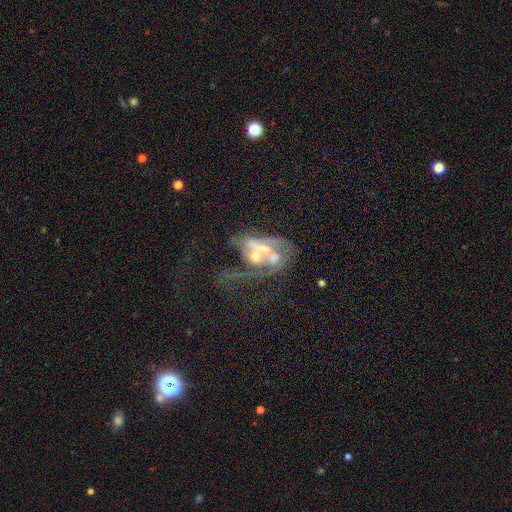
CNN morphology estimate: The model was most divided on "spiral arms": no: 60%, yes: 40%. More confident: edge-on disk — no (95%); bar — no (74%); smooth or featured — featured or disk (66%); merging — merger (63%); bulge size — moderate (53%).